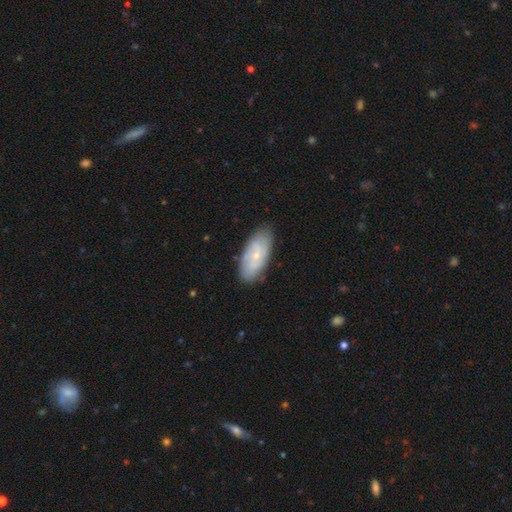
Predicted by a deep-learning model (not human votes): This is possibly a featured or disk galaxy (53%). It is clearly not viewed edge-on (90%). Merging: likely none (80%).